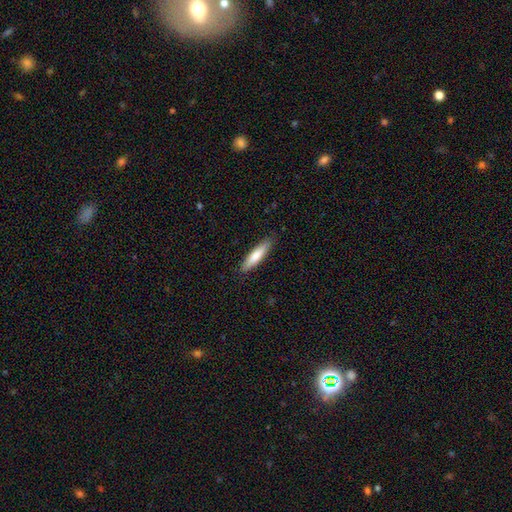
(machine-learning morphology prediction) Smooth or featured: smooth — 75% (featured or disk — 19%)
How rounded: cigar-shaped — 78% (in between — 21%)
Merging: none — 88% (minor disturbance — 9%)